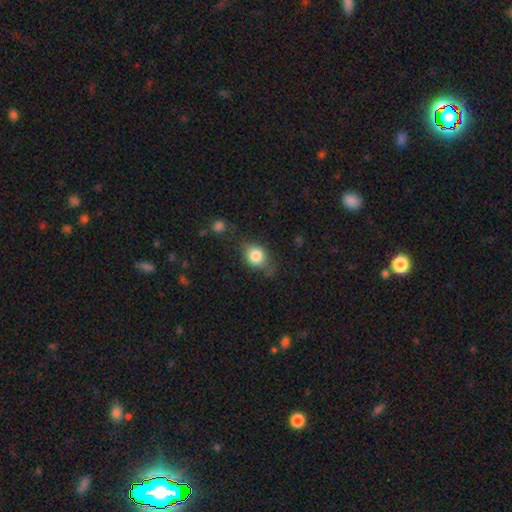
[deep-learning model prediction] Morphology: type=smooth (78%); roundness=in between (53%); merging=none (61%).